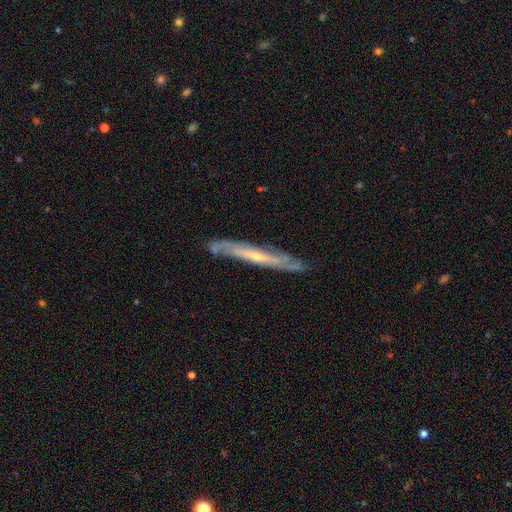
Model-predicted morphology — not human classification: A featured or disk galaxy (74%) viewed edge-on (74%) with no central bulge (53%). Merging: none (78%).